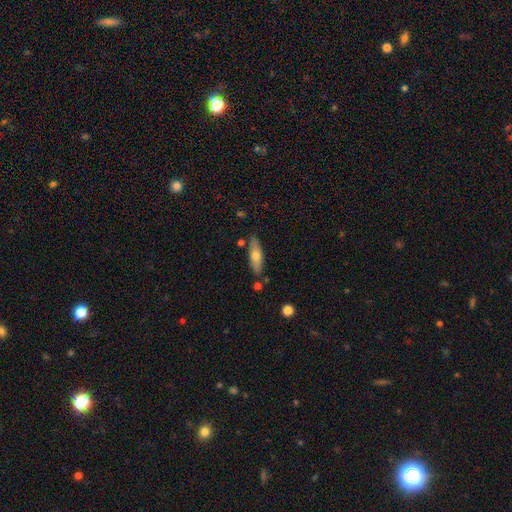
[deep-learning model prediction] Morphology: type=smooth (64%); roundness=in between (49%); merging=none (81%).